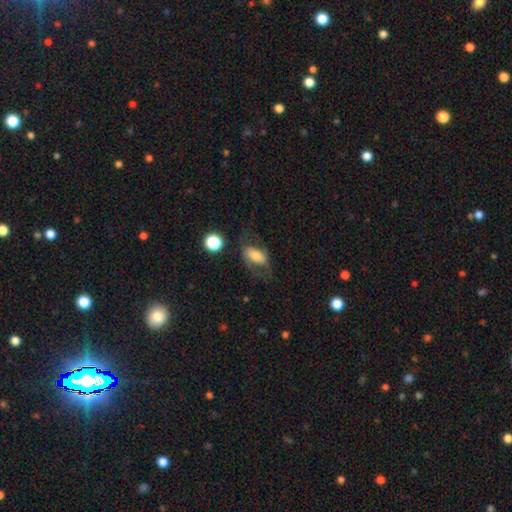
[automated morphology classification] This appears to be a smooth galaxy with no disk features (61%) that is in between round and cigar-shaped (85%). Merging: none (52%).